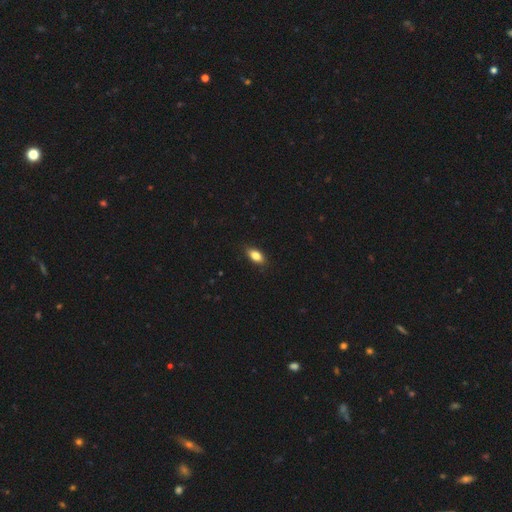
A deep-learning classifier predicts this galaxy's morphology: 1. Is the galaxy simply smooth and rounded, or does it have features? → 83% smooth, 9% featured or disk, 8% star or artifact.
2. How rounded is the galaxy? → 88% in between, 6% round, 6% cigar-shaped.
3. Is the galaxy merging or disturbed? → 86% none, 11% minor disturbance, 2% major disturbance, 1% merger.